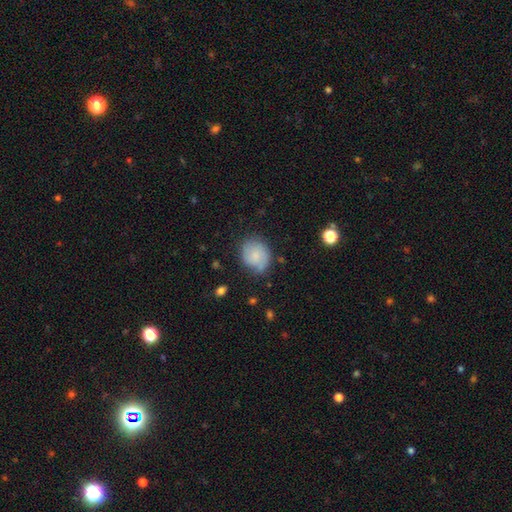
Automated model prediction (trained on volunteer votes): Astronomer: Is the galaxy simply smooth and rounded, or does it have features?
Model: smooth — 59%.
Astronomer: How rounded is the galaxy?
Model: round — 66%.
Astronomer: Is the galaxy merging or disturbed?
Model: none — 68%.